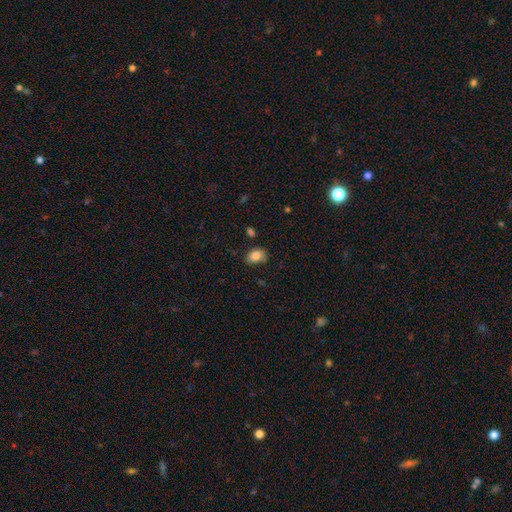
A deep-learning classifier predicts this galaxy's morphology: This is clearly a smooth galaxy (84%). How rounded: likely in between (79%). Merging: likely none (74%).